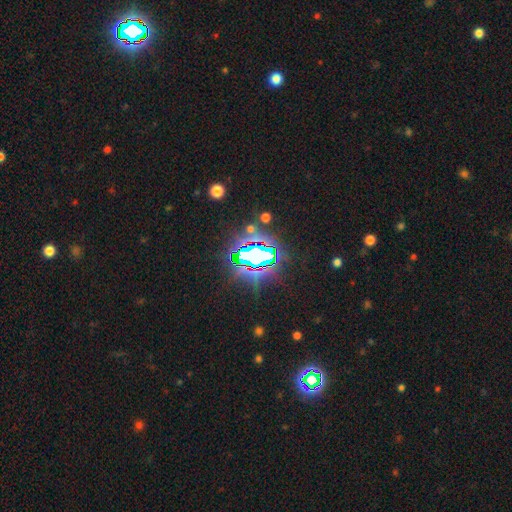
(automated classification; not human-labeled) Morphology: type=star or artifact (77%).